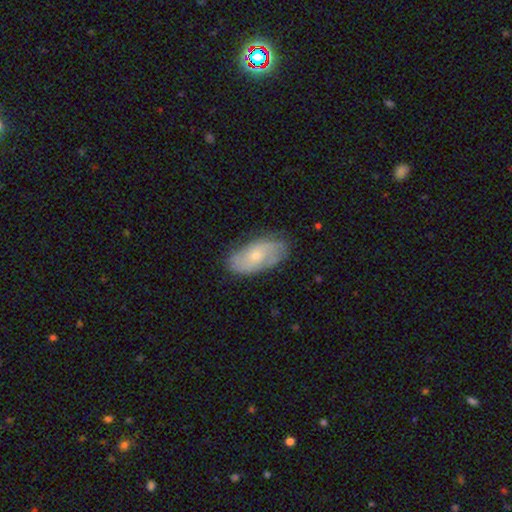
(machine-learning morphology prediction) featured or disk 54%, smooth 40%, star or artifact 6%. Down the decision tree: edge-on disk — no (93%); bar — no (77%); spiral arms — yes (79%); bulge size — small (65%); merging — none (72%).